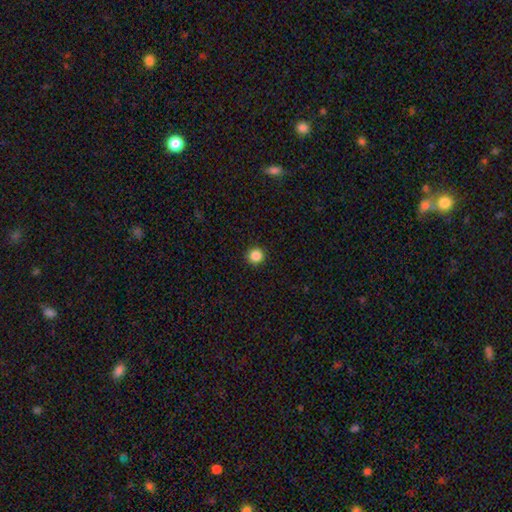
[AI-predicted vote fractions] The model was most divided on "smooth or featured": smooth: 86%, star or artifact: 11%, featured or disk: 3%. More confident: how rounded — round (94%); merging — none (92%).